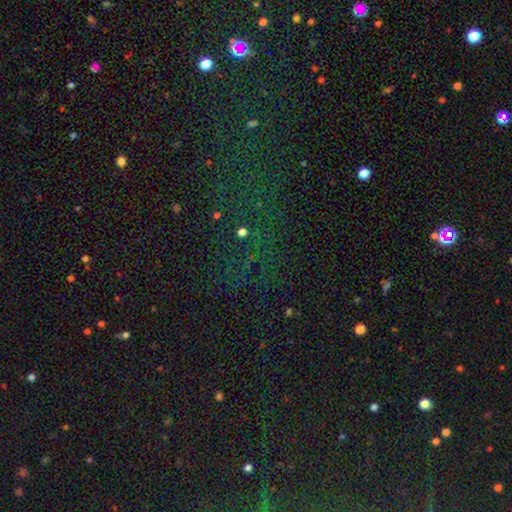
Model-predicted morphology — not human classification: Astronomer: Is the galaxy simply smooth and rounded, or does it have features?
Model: star or artifact — 74%.